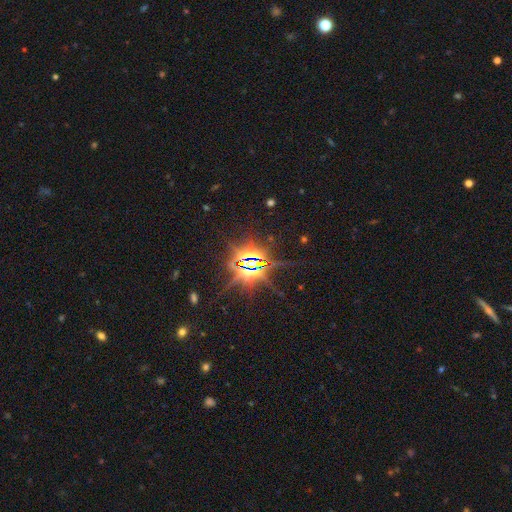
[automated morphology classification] smooth_or_featured: star or artifact (p=0.83) [alt: featured or disk p=0.09]